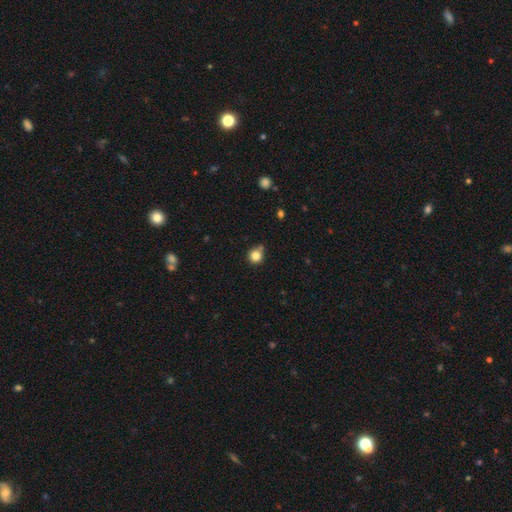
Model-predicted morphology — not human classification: Smooth or featured? smooth (83%)
How rounded? round (91%)
Merging? none (69%)